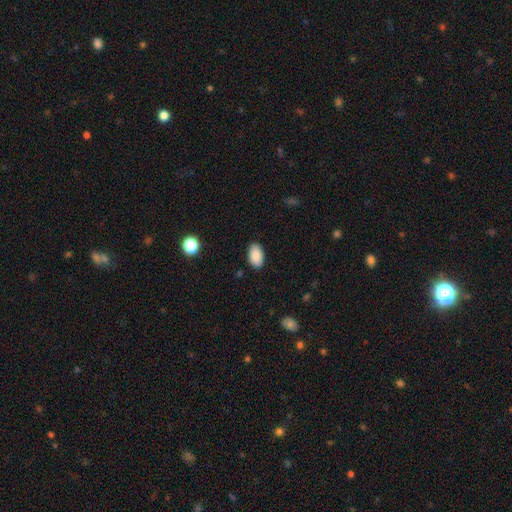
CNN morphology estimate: Smooth or featured? Predicted: smooth (p=0.88). How rounded? Predicted: in between (p=0.93). Merging? Predicted: none (p=0.87).